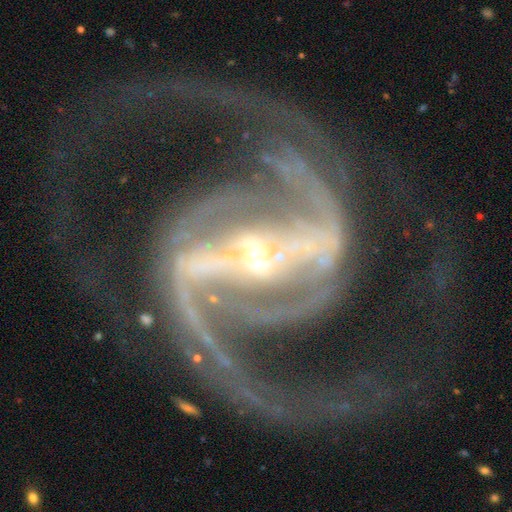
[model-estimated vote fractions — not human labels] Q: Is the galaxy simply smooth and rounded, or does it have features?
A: featured or disk — 94%.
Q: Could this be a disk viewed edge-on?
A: no — 98%.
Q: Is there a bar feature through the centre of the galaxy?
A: strong — 81%.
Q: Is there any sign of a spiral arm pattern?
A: yes — 98%.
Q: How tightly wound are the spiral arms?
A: medium — 63%.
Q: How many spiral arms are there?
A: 2 — 90%.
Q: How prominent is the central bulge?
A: small — 67%.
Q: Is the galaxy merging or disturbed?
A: none — 73%.